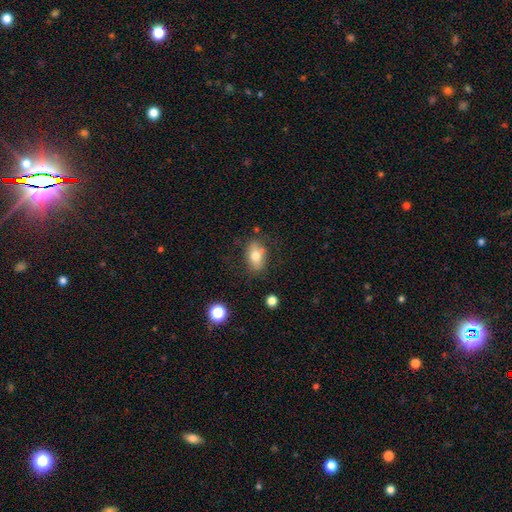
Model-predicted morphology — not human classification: This appears to be a smooth galaxy with no disk features (70%) that is in between round and cigar-shaped (84%). Merging: none (72%).